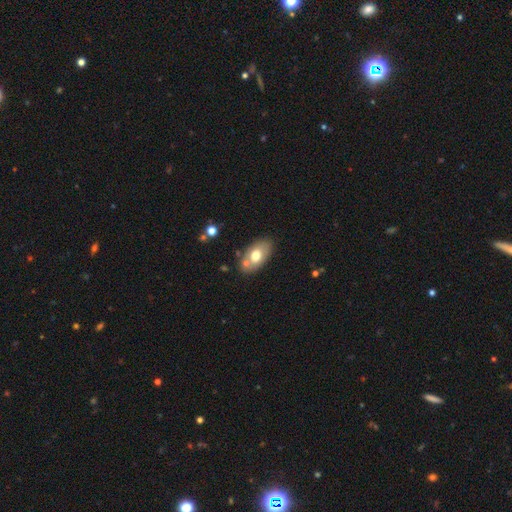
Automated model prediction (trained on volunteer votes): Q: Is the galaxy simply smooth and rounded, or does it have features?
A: smooth — 67%.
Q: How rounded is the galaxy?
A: in between — 91%.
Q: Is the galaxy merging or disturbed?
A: none — 70%.